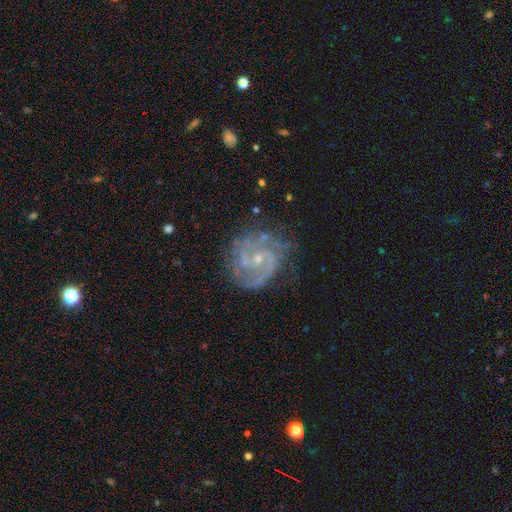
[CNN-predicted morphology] Smooth or featured? Predicted: featured or disk (p=0.82). Edge-on disk? Predicted: no (p=0.98). Bar? Predicted: no (p=0.52). Spiral arms? Predicted: yes (p=0.96). Spiral winding? Predicted: tight (p=0.47). Spiral arm count? Predicted: 2 (p=0.51). Bulge size? Predicted: small (p=0.75). Merging? Predicted: none (p=0.76).